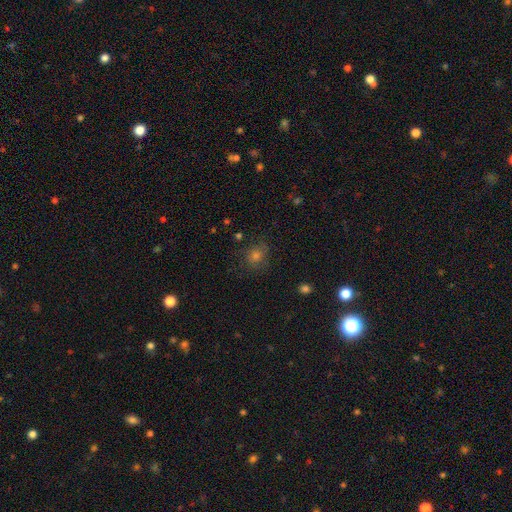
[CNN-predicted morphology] Q: Smooth or featured?
A: smooth (61%); runner-up: star or artifact (27%)
Q: How rounded?
A: round (78%); runner-up: in between (21%)
Q: Merging?
A: none (77%); runner-up: minor disturbance (15%)